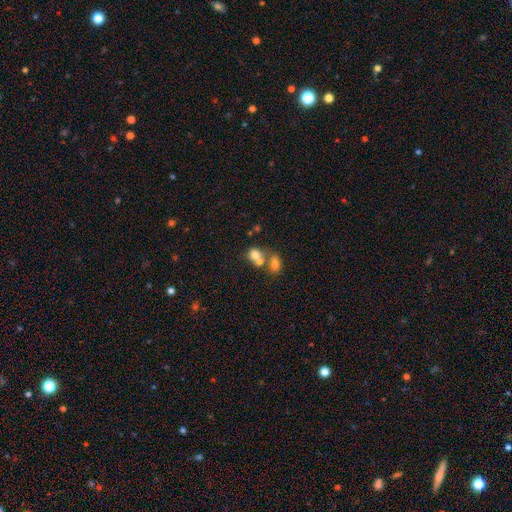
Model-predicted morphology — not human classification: smooth 73%, featured or disk 16%, star or artifact 11%. Down the decision tree: how rounded — round (53%); merging — merger (60%).